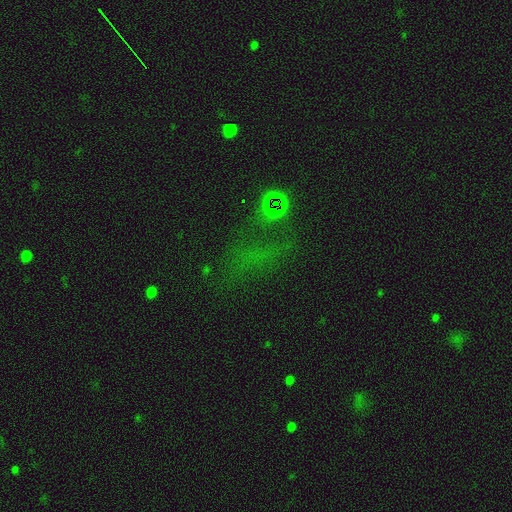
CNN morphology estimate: Smooth or featured? star or artifact (56%)